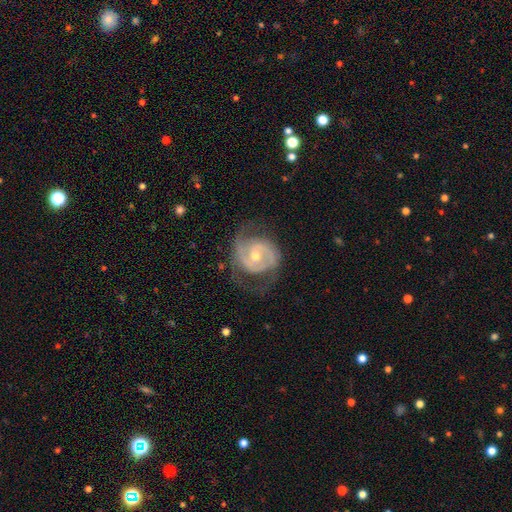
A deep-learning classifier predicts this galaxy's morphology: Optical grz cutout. It shows a featured or disk galaxy (88%) with no bar (53%), 2 (77%) tight (48%) spiral arms (94%) and a moderate central bulge (59%). Merging: none (66%).